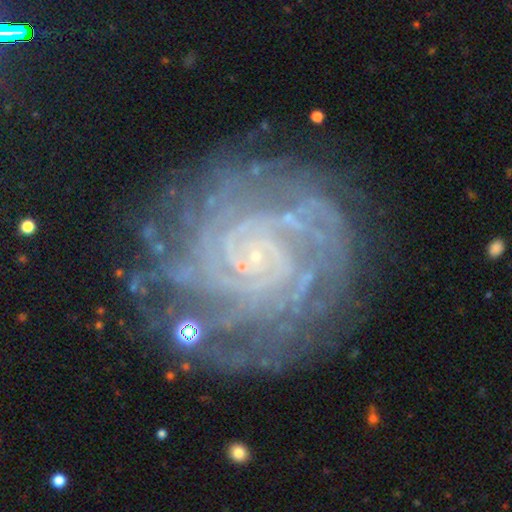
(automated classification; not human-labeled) smooth_or_featured: featured or disk (p=0.88) [alt: star or artifact p=0.07]
disk_edge_on: no (p=0.98) [alt: yes p=0.02]
bar: no (p=0.69) [alt: weak p=0.23]
has_spiral_arms: yes (p=0.98) [alt: no p=0.02]
spiral_winding: tight (p=0.83) [alt: medium p=0.14]
spiral_arm_count: can't tell (p=0.23) [alt: 4 p=0.20]
bulge_size: small (p=0.85) [alt: none p=0.08]
merging: none (p=0.77) [alt: minor disturbance p=0.15]